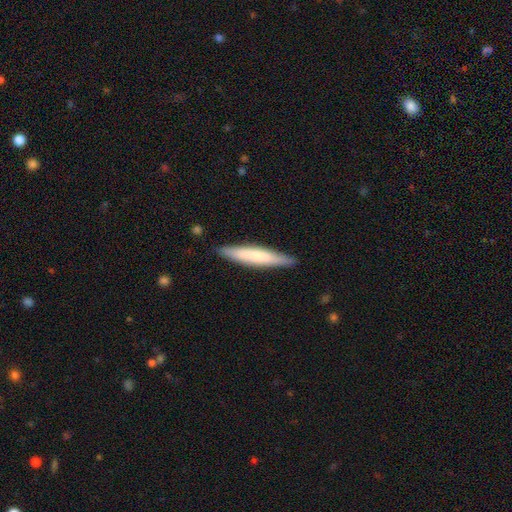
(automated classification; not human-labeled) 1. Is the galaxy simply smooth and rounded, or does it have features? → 65% smooth, 29% featured or disk, 5% star or artifact.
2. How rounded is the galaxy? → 90% cigar-shaped, 8% in between, 1% round.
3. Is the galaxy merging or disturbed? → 88% none, 10% minor disturbance, 2% major disturbance, 1% merger.